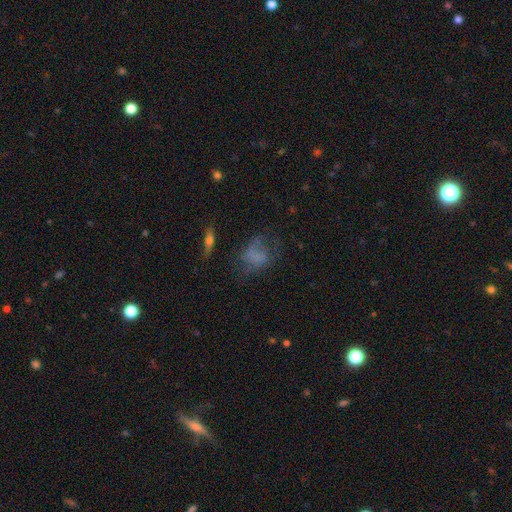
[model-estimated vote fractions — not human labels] smooth 54%, featured or disk 32%, star or artifact 15%. Down the decision tree: how rounded — in between (59%); merging — none (41%).